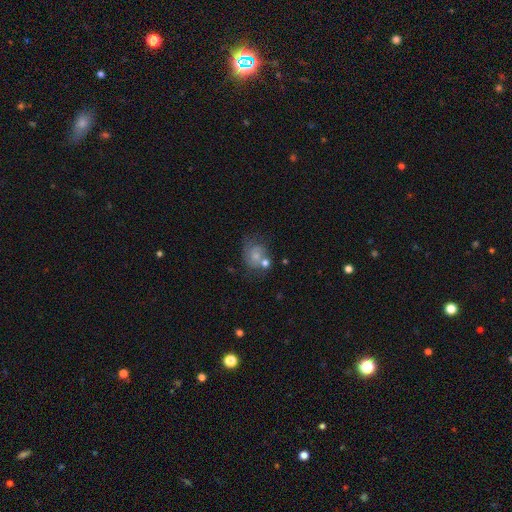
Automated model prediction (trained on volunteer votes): smooth_or_featured: smooth (p=0.47) [alt: featured or disk p=0.42]
merging: none (p=0.39) [alt: minor disturbance p=0.23]